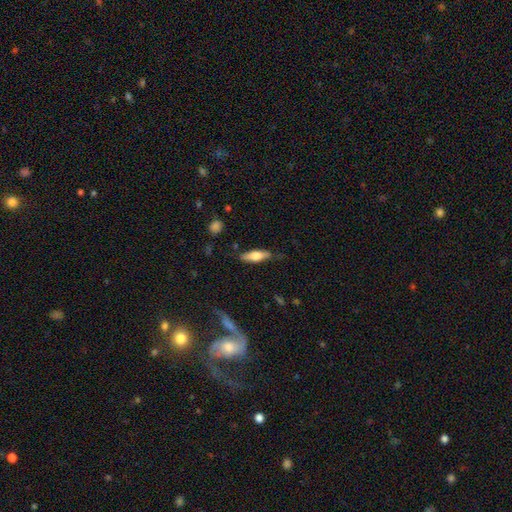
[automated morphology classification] A smooth galaxy with no disk features (64%) that is in between round and cigar-shaped (52%).

Vote fractions:
- Smooth or featured? smooth: 64% / featured or disk: 30% / star or artifact: 6%
- How rounded? in between: 52% / cigar-shaped: 46% / round: 2%
- Merging? none: 75% / minor disturbance: 19% / major disturbance: 4% / merger: 2%